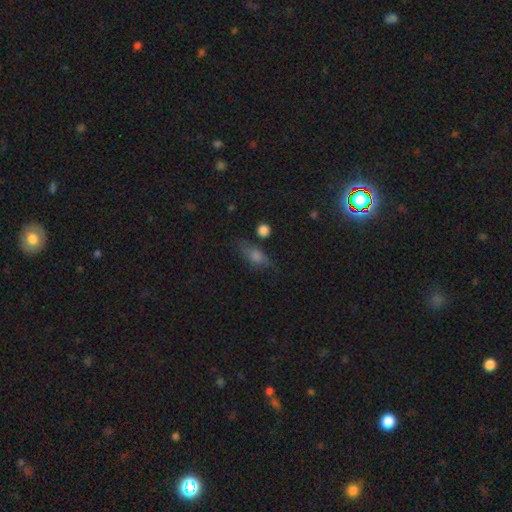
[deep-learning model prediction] smooth 54%, featured or disk 25%, star or artifact 21%. Down the decision tree: how rounded — in between (63%); merging — none (68%).